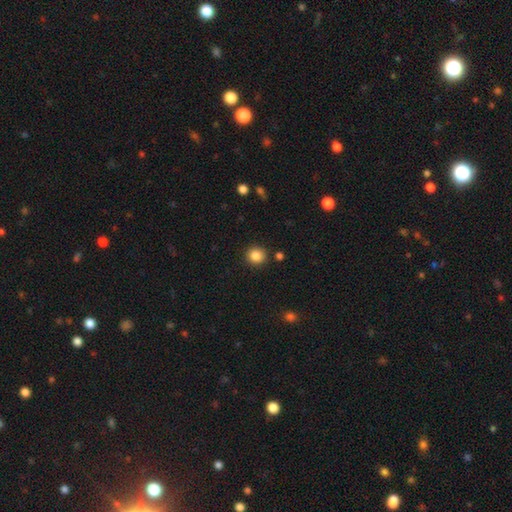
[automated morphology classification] smooth-or-featured: smooth: 86% | star or artifact: 10% | featured or disk: 4%
  how-rounded: round: 91% | in between: 8% | cigar-shaped: 1%
  merging: none: 89% | minor disturbance: 6% | merger: 3% | major disturbance: 2%